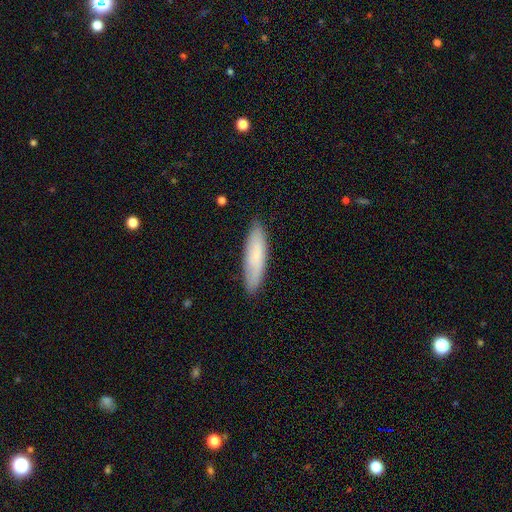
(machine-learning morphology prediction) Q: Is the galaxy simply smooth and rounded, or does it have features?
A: smooth — 79%.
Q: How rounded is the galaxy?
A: cigar-shaped — 69%.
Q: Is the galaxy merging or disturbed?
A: none — 86%.